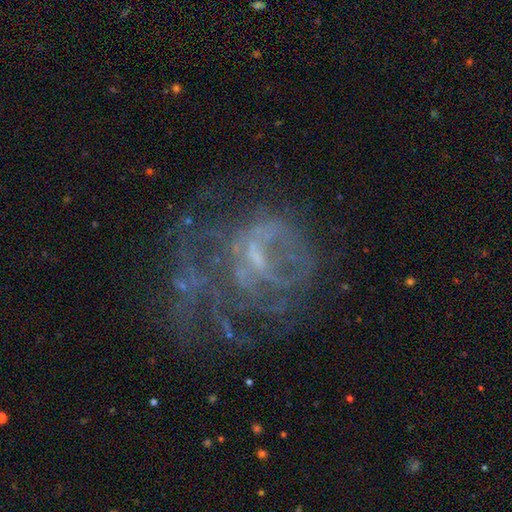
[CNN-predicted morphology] A featured or disk galaxy (67%) with no bar (58%), no spiral arms (59%) and a small central bulge (42%). Merging: major disturbance (40%).